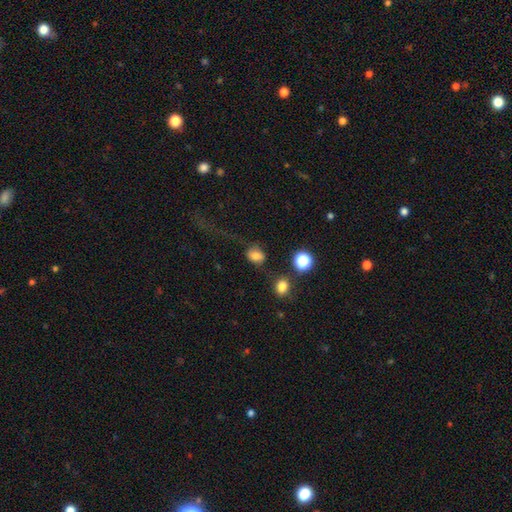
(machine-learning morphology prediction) Smooth or featured: smooth — 76% (star or artifact — 12%)
How rounded: in between — 53% (round — 46%)
Merging: none — 53% (major disturbance — 19%)